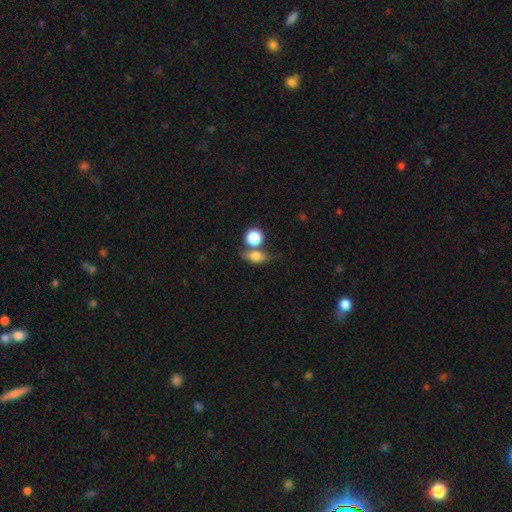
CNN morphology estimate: This appears to be a smooth galaxy with no disk features (72%) that is in between round and cigar-shaped (56%). Merging: none (49%).